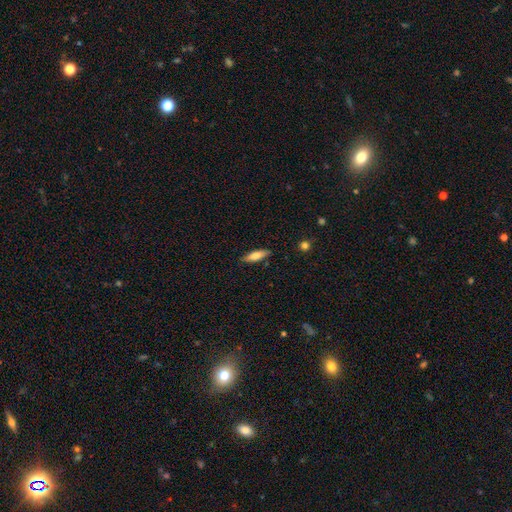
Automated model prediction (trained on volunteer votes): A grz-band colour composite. It shows a smooth galaxy with no disk features (69%) that is cigar-shaped (58%). Merging: none (85%).